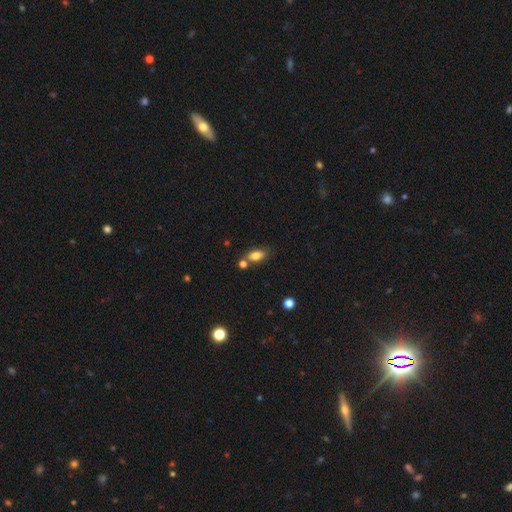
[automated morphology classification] smooth 78%, featured or disk 12%, star or artifact 10%. Down the decision tree: how rounded — in between (86%); merging — none (61%).